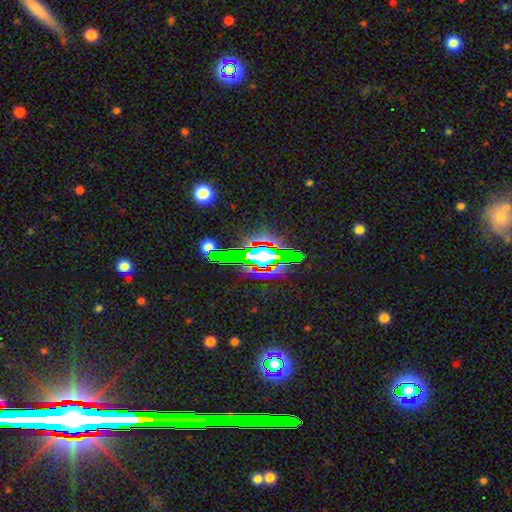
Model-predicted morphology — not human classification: star or artifact 64%, smooth 20%, featured or disk 16%.